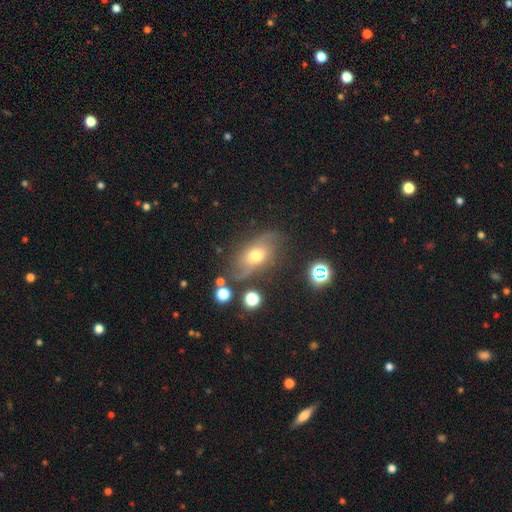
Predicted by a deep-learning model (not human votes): Morphology: type=featured or disk (46%); merging=none (61%).